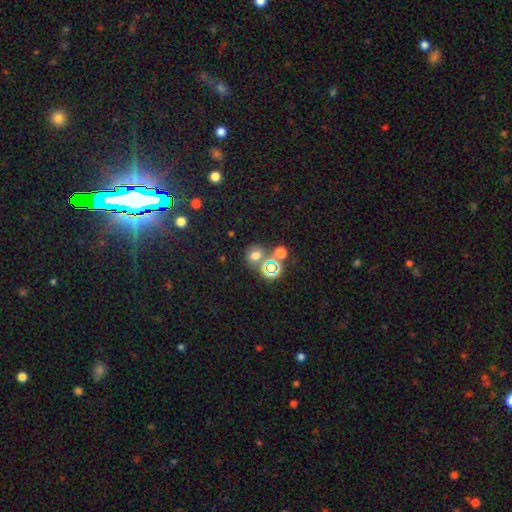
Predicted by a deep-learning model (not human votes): A smooth galaxy with no disk features (61%) that is round (70%). Merging: none (61%).